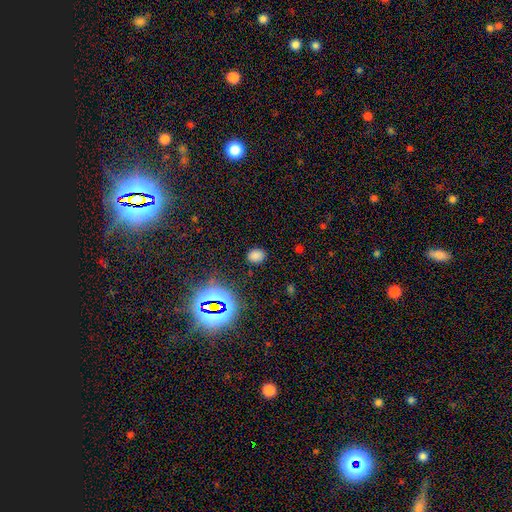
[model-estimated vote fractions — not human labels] Morphology: type=smooth (71%); roundness=in between (59%); merging=none (85%).